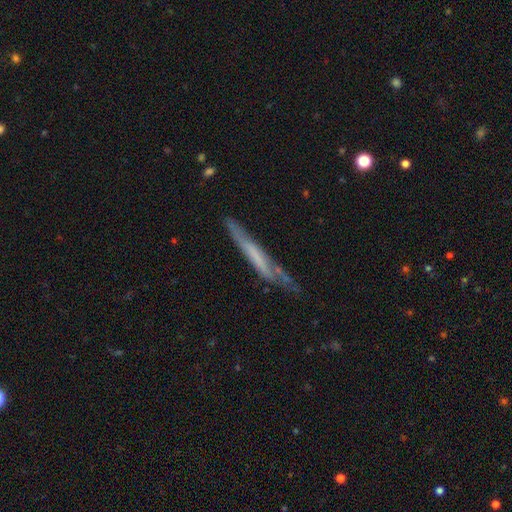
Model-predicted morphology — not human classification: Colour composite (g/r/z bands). It shows a featured or disk galaxy (56%) viewed edge-on (84%). Merging: none (60%).